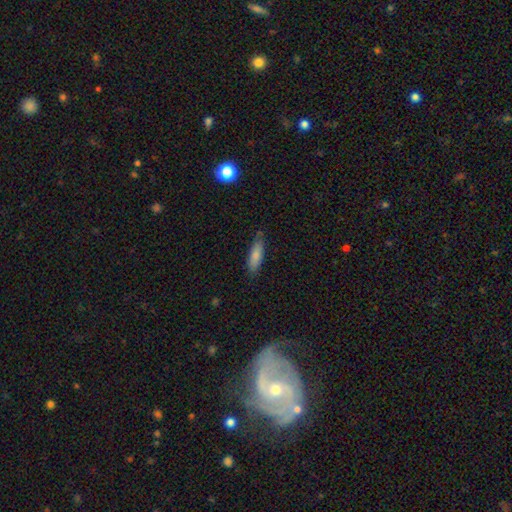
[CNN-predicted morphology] This is clearly a smooth galaxy (81%). How rounded: possibly in between (50%). Merging: likely none (74%).